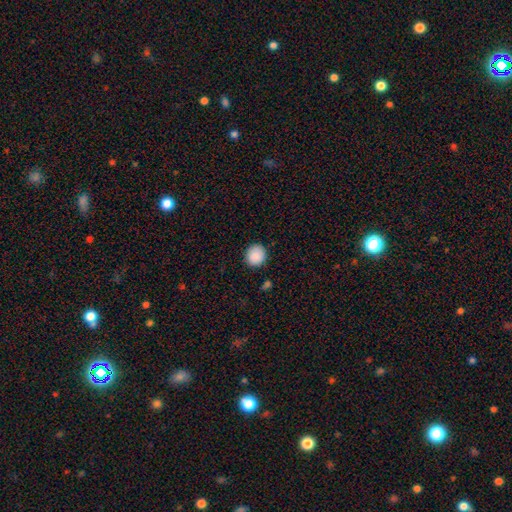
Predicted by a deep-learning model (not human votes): A smooth galaxy with no disk features (89%) that is round (88%). Merging: none (89%).